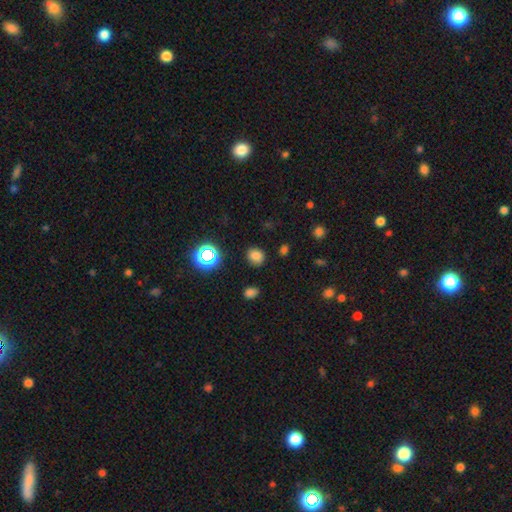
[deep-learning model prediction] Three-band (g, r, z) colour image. It shows a smooth galaxy with no disk features (75%) that is round (69%). Merging: none (84%).